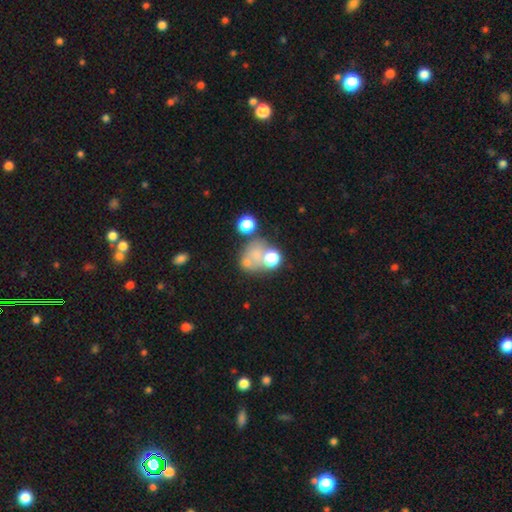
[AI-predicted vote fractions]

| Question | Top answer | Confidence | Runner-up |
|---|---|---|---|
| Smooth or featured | smooth | 55% | featured or disk (26%) |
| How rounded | round | 56% | in between (43%) |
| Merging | merger | 40% | none (31%) |